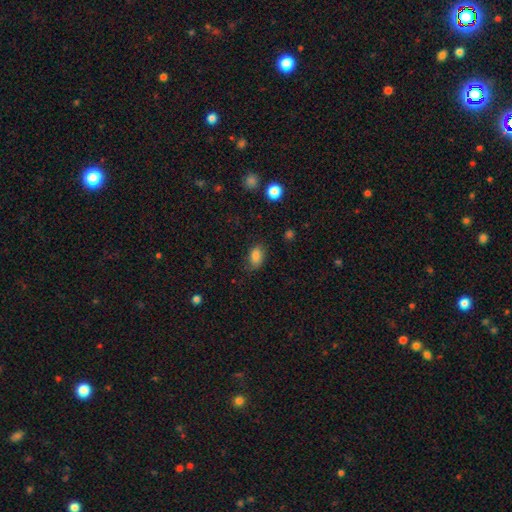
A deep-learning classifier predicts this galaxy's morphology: type=smooth (85%); roundness=in between (88%); merging=none (73%).